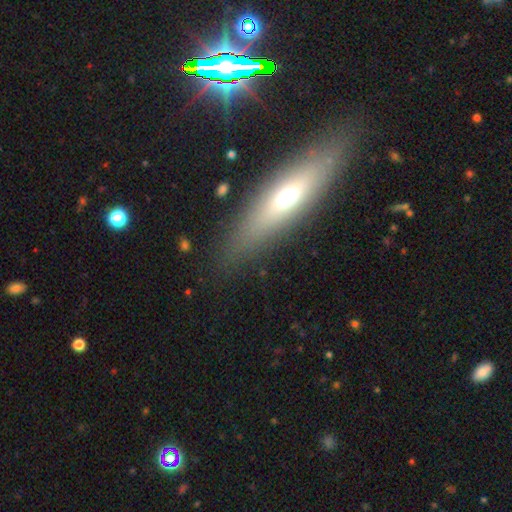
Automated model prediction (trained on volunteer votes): Morphology: type=smooth (46%); merging=none (84%).